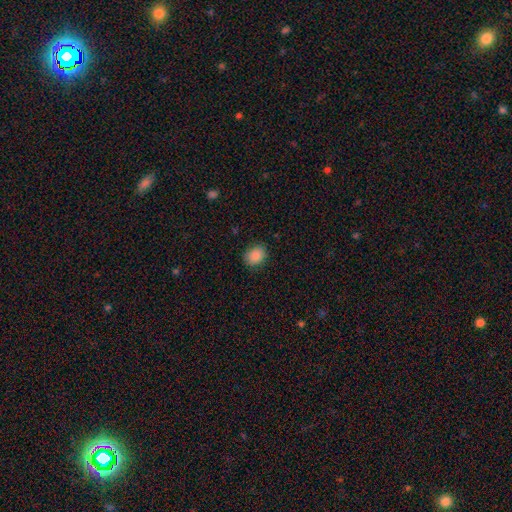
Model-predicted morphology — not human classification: type=smooth (87%); roundness=round (51%); merging=none (86%).